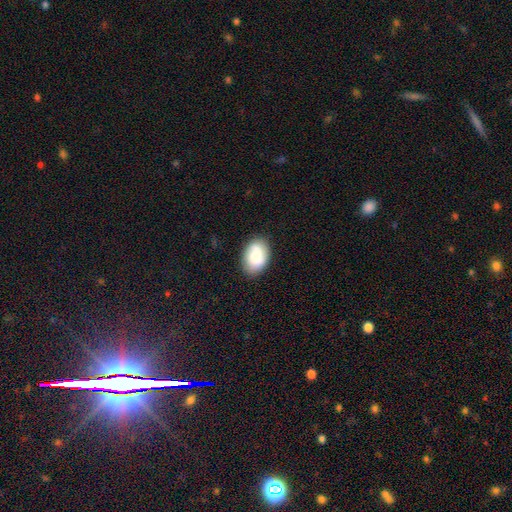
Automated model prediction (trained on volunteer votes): smooth_or_featured: smooth (p=0.75) [alt: featured or disk p=0.18]
how_rounded: in between (p=0.84) [alt: round p=0.15]
merging: none (p=0.82) [alt: minor disturbance p=0.14]